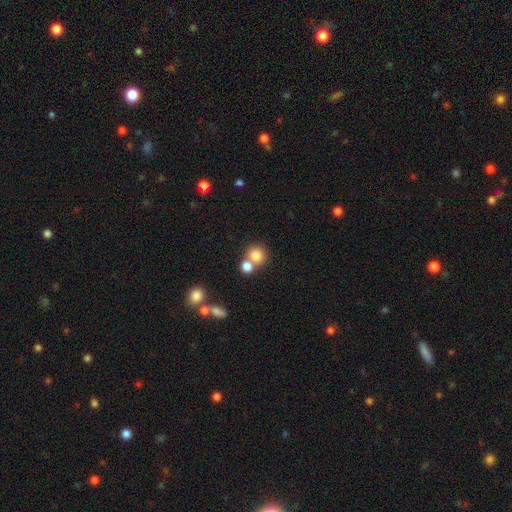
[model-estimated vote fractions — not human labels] Q: Smooth or featured?
A: smooth (80%); runner-up: star or artifact (12%)
Q: How rounded?
A: round (83%); runner-up: in between (16%)
Q: Merging?
A: none (49%); runner-up: merger (40%)